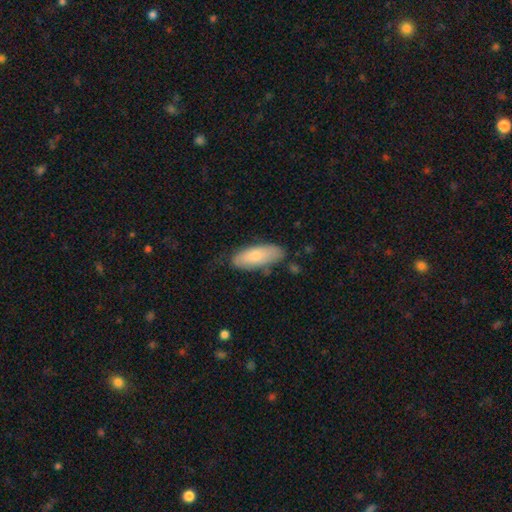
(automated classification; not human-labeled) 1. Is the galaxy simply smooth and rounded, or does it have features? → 75% smooth, 19% featured or disk, 6% star or artifact.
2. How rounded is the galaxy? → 78% in between, 20% cigar-shaped, 2% round.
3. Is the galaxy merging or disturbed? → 69% none, 23% minor disturbance, 5% major disturbance, 3% merger.